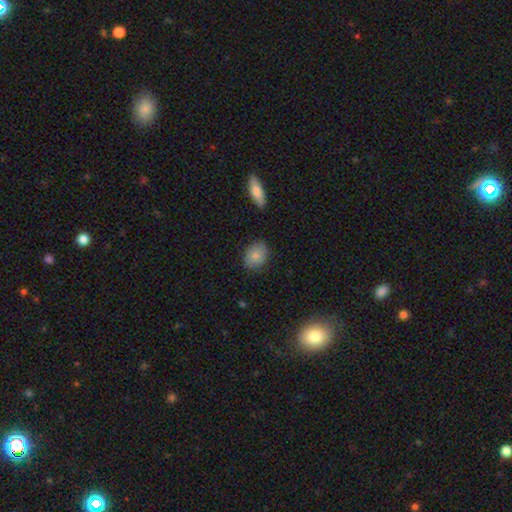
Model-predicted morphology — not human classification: The model was most divided on "how rounded": in between: 63%, round: 36%, cigar-shaped: 1%. More confident: smooth or featured — smooth (81%); merging — none (81%).